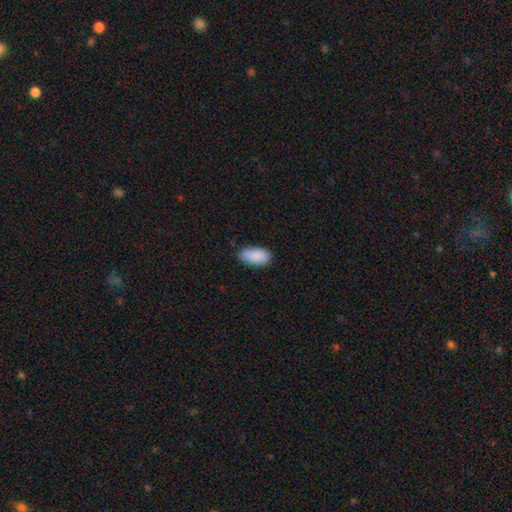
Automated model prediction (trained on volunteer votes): Smooth or featured? smooth (89%)
How rounded? in between (93%)
Merging? none (79%)